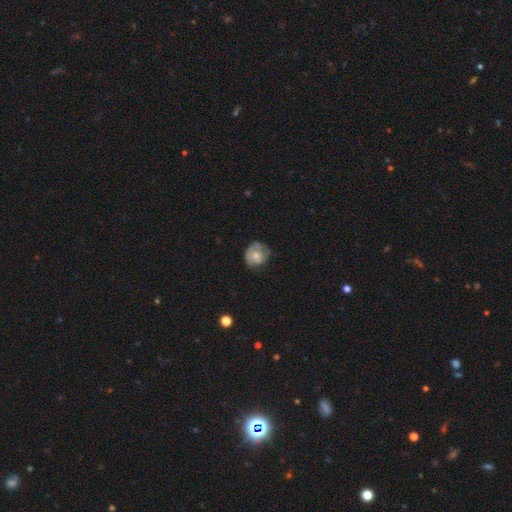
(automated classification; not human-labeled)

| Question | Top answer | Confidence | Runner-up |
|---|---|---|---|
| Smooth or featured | smooth | 54% | featured or disk (38%) |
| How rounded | round | 78% | in between (21%) |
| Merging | none | 61% | minor disturbance (29%) |